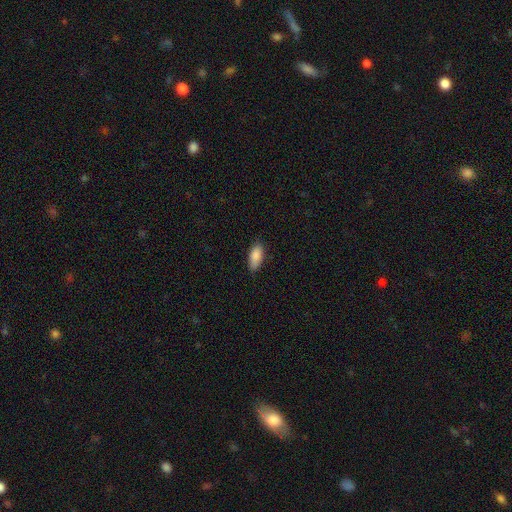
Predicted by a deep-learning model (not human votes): Smooth or featured? smooth (87%)
How rounded? in between (83%)
Merging? none (82%)